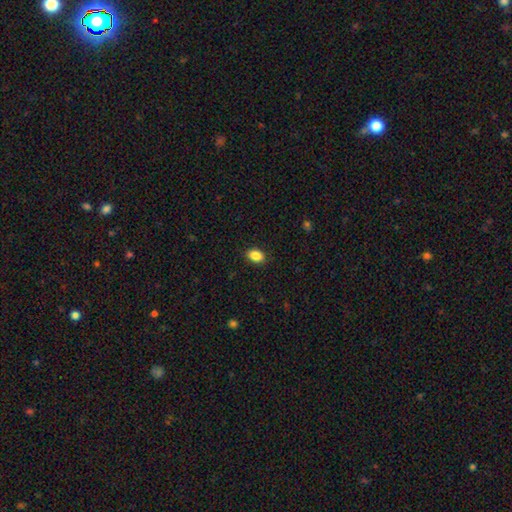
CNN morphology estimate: smooth-or-featured: smooth: 87% | star or artifact: 9% | featured or disk: 5%
  how-rounded: in between: 79% | round: 20% | cigar-shaped: 1%
  merging: none: 89% | minor disturbance: 8% | major disturbance: 2% | merger: 1%